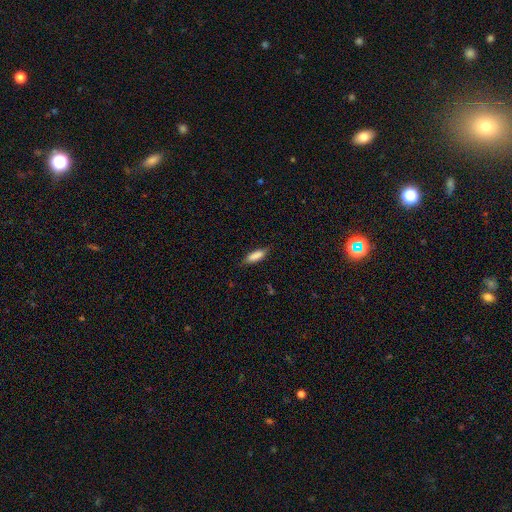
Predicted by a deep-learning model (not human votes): smooth_or_featured: smooth (p=0.85) [alt: featured or disk p=0.08]
how_rounded: cigar-shaped (p=0.49) [tied with: in between p=0.49]
merging: none (p=0.81) [alt: minor disturbance p=0.15]